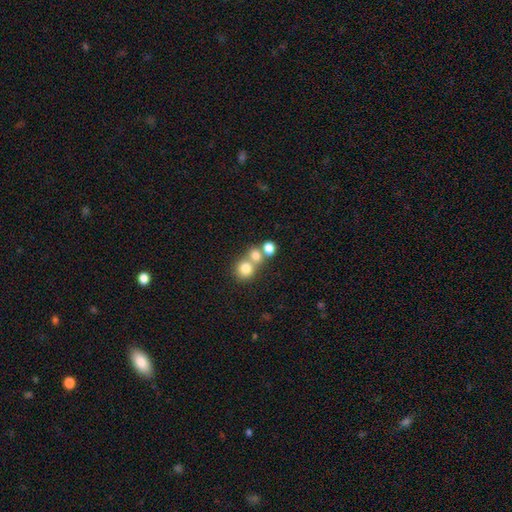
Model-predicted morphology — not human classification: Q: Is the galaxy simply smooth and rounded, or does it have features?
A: smooth — 75%.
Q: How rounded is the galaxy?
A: round — 77%.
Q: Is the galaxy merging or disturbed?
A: merger — 48%.